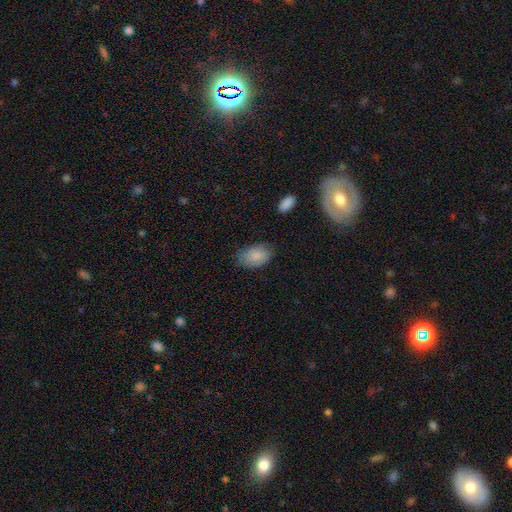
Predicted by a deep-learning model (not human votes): A smooth galaxy with no disk features (86%) that is in between round and cigar-shaped (89%). Merging: none (75%).